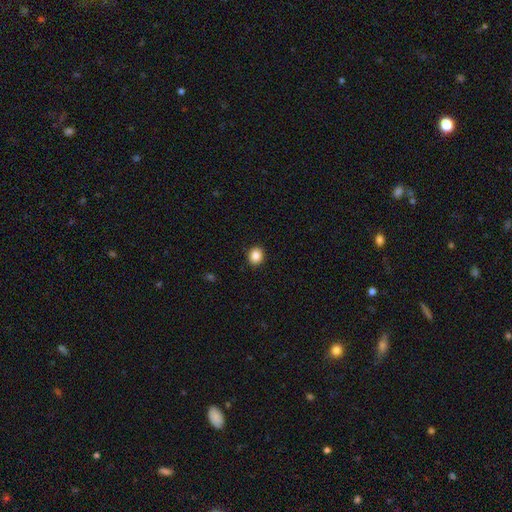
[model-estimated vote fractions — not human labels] Smooth or featured?
  - smooth: 86% *
  - star or artifact: 10%
  - featured or disk: 4%
How rounded?
  - round: 69% *
  - in between: 31%
  - cigar-shaped: 1%
Merging?
  - none: 92% *
  - minor disturbance: 6%
  - major disturbance: 2%
  - merger: 1%